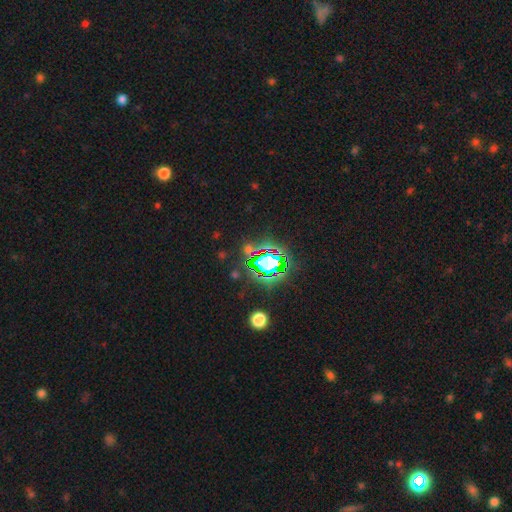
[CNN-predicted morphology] Smooth or featured?
  - star or artifact: 79% *
  - smooth: 13%
  - featured or disk: 8%